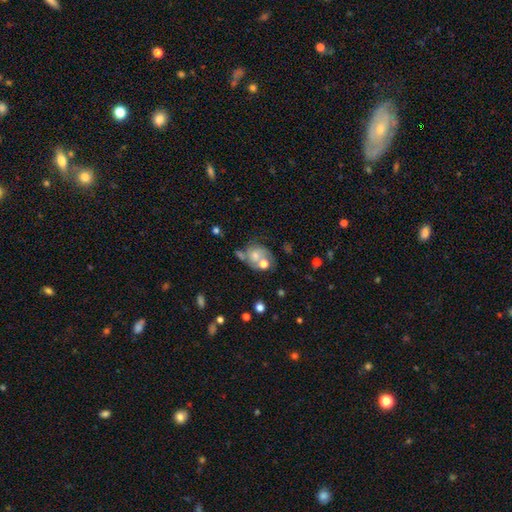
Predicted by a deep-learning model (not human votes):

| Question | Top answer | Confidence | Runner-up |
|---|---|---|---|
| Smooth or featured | smooth | 45% | featured or disk (44%) |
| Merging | merger | 37% | none (32%) |